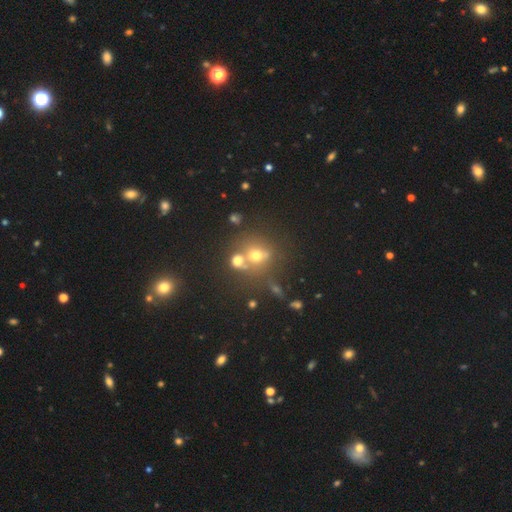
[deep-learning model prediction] The model was most divided on "merging": none: 51%, merger: 35%, minor disturbance: 10%, major disturbance: 5%. More confident: how rounded — round (78%); smooth or featured — smooth (55%).